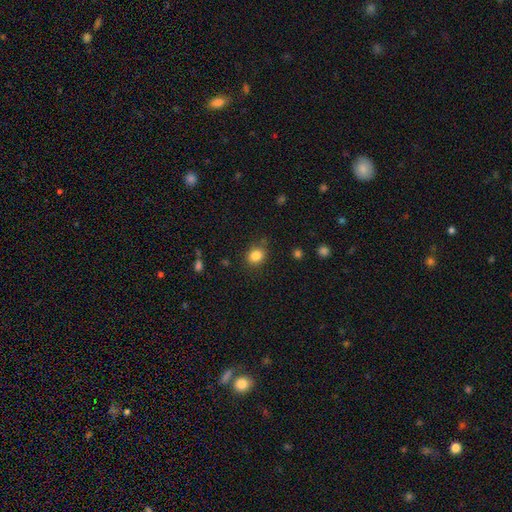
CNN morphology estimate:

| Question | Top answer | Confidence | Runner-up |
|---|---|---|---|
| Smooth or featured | smooth | 85% | star or artifact (11%) |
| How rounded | round | 60% | in between (40%) |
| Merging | none | 78% | minor disturbance (15%) |